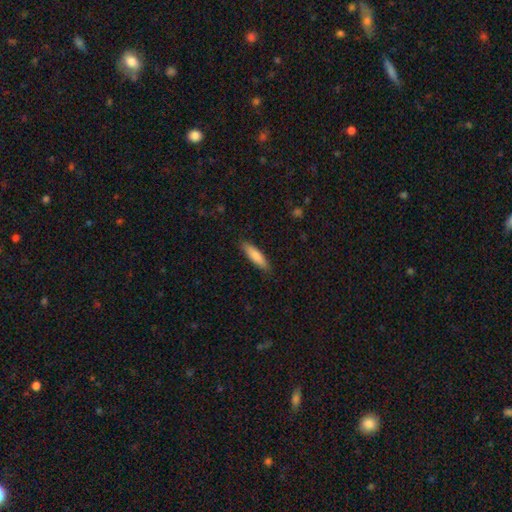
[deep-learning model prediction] Smooth or featured? smooth (83%)
How rounded? cigar-shaped (67%)
Merging? none (87%)